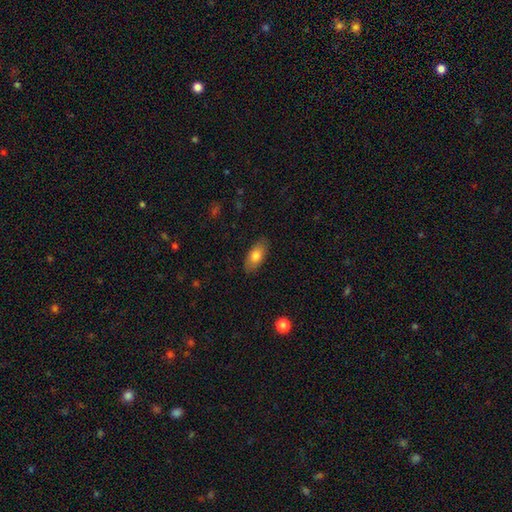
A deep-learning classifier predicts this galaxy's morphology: Q: Smooth or featured?
A: smooth (78%); runner-up: featured or disk (15%)
Q: How rounded?
A: in between (89%); runner-up: cigar-shaped (7%)
Q: Merging?
A: none (86%); runner-up: minor disturbance (11%)